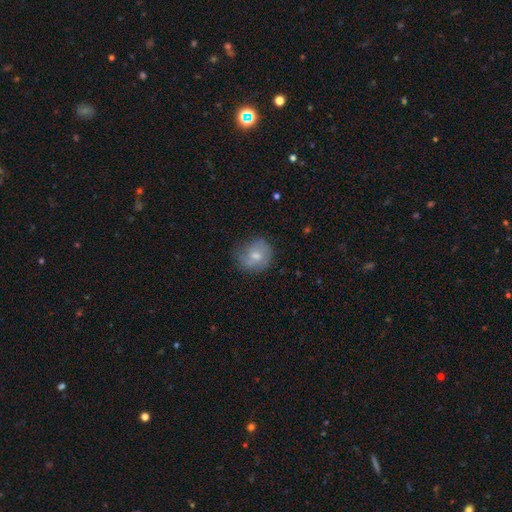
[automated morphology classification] smooth 55%, featured or disk 38%, star or artifact 8%. Down the decision tree: how rounded — round (74%); merging — none (62%).